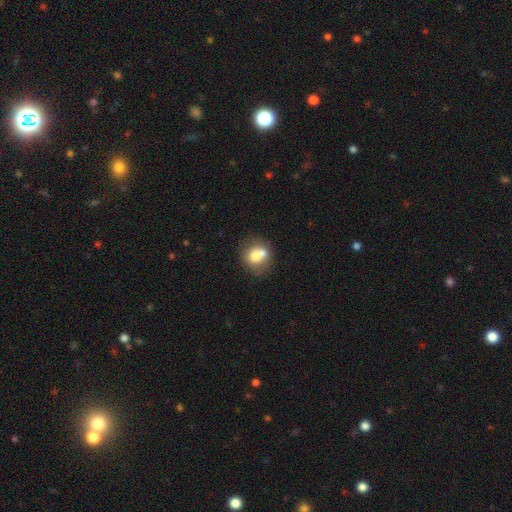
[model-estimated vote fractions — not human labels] Smooth or featured?
  - smooth: 69% *
  - featured or disk: 22%
  - star or artifact: 9%
How rounded?
  - round: 71% *
  - in between: 28%
  - cigar-shaped: 1%
Merging?
  - merger: 42% *
  - none: 41%
  - minor disturbance: 12%
  - major disturbance: 5%